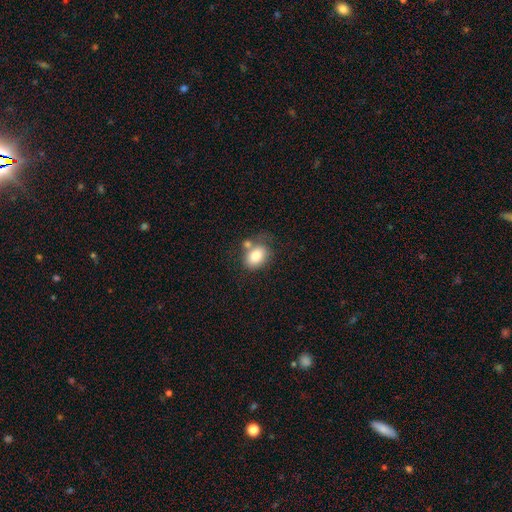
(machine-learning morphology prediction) type=smooth (80%); roundness=in between (70%); merging=none (49%).